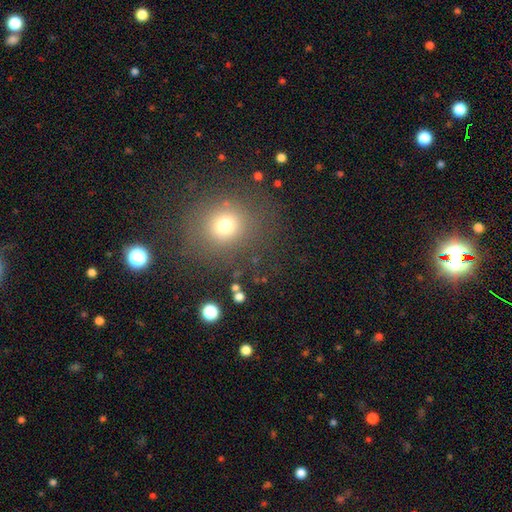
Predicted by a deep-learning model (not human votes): This is possibly a smooth galaxy (58%). How rounded: clearly round (87%). Merging: clearly none (87%).